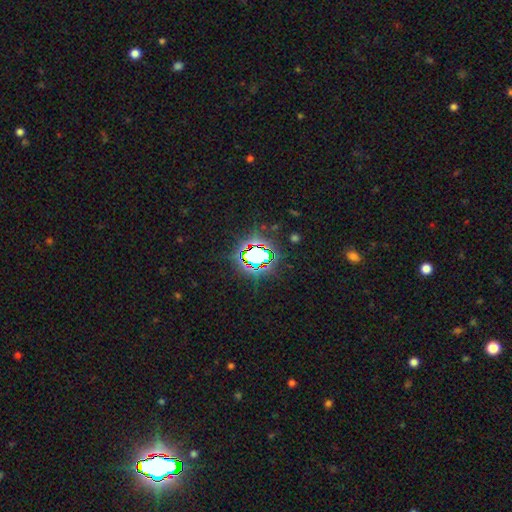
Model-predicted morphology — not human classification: Overall: star or artifact (74%).